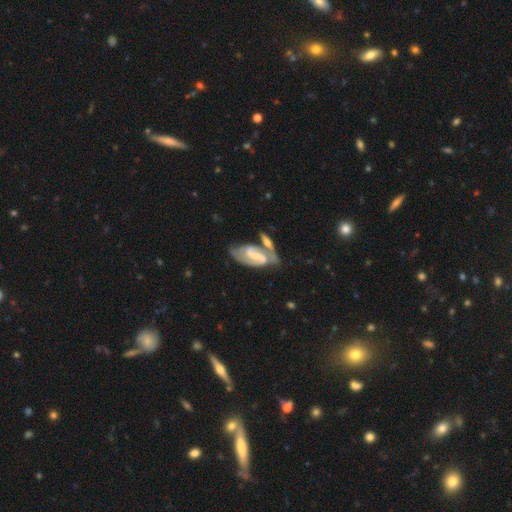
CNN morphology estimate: smooth-or-featured: featured or disk: 79% | smooth: 15% | star or artifact: 6%
  disk-edge-on: no: 95% | yes: 5%
    bar: strong: 42% | weak: 39% | no: 18%
    has-spiral-arms: yes: 91% | no: 9%
      spiral-winding: medium: 49% | tight: 32% | loose: 19%
      spiral-arm-count: 2: 84% | can't tell: 8% | 1: 5% | 3: 2% | 4: 1% | more than 4: 1%
    bulge-size: small: 38% | none: 34% | moderate: 20% | large: 6% | dominant: 2%
  merging: none: 36% (tied) | merger: 36% (tied) | minor disturbance: 17% | major disturbance: 11%